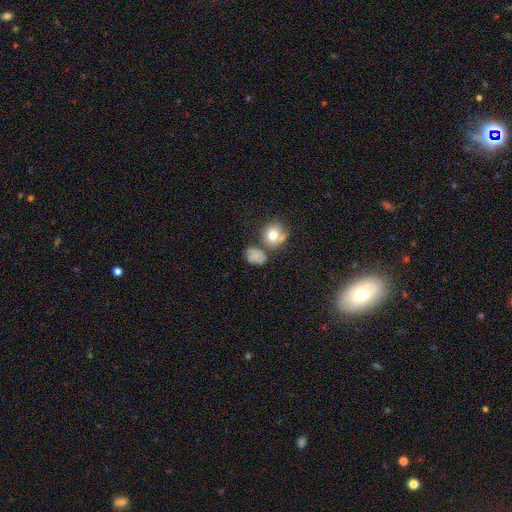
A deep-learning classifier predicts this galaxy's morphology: Q: Smooth or featured?
A: smooth (69%); runner-up: featured or disk (17%)
Q: How rounded?
A: in between (57%); runner-up: round (41%)
Q: Merging?
A: none (52%); runner-up: minor disturbance (22%)